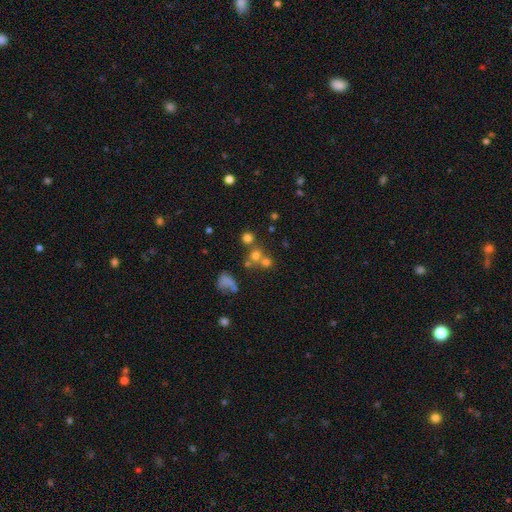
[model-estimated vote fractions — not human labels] Smooth or featured?
  - smooth: 63% *
  - star or artifact: 22%
  - featured or disk: 16%
How rounded?
  - round: 85% *
  - in between: 14%
  - cigar-shaped: 1%
Merging?
  - none: 51% *
  - merger: 34%
  - minor disturbance: 8%
  - major disturbance: 7%